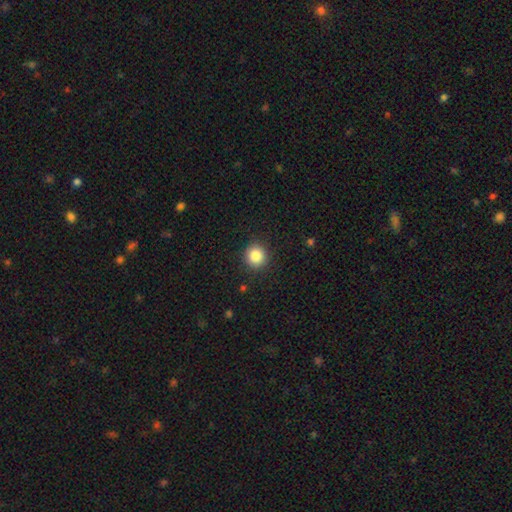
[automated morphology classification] The model was most divided on "smooth or featured": smooth: 85%, star or artifact: 10%, featured or disk: 5%. More confident: how rounded — round (92%); merging — none (91%).